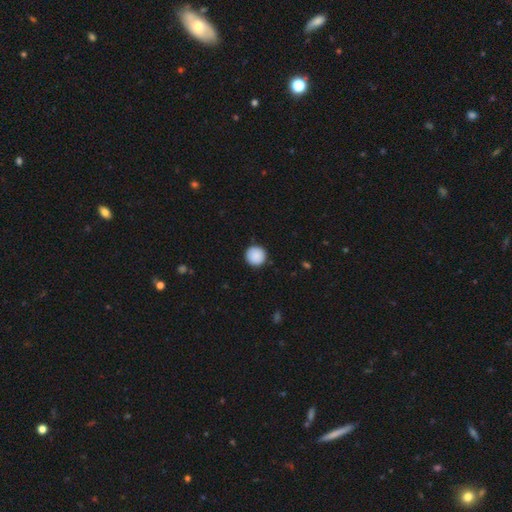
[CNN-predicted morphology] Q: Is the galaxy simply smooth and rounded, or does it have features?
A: smooth — 90%.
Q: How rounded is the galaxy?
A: round — 96%.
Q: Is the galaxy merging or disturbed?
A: none — 92%.